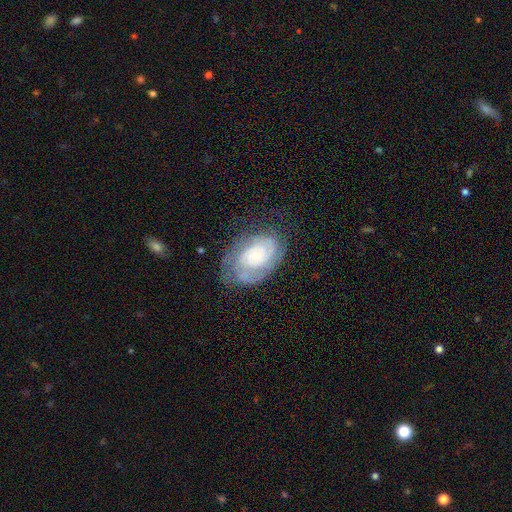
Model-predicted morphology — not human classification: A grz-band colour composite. It shows a featured or disk galaxy (76%) with no bar (79%), tight (71%) spiral arms (89%) and a small central bulge (73%). Merging: none (66%).